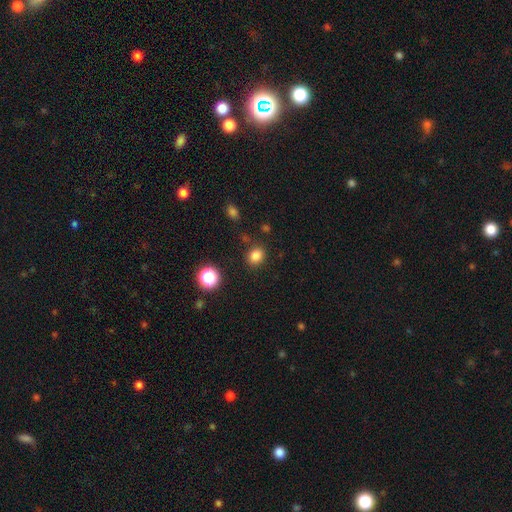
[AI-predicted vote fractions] smooth_or_featured: smooth (p=0.82) [alt: star or artifact p=0.14]
how_rounded: round (p=0.58) [alt: in between p=0.41]
merging: none (p=0.83) [alt: minor disturbance p=0.10]